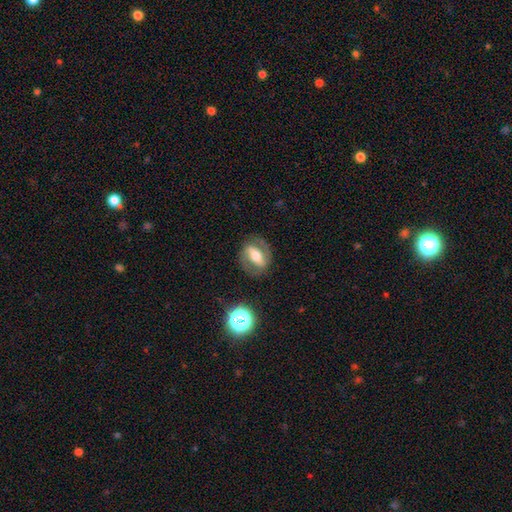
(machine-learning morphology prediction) type=featured or disk (67%); edge-on=no (92%); bar=strong (58%); spiral arms=yes (76%); bulge=moderate (61%); merging=none (77%).